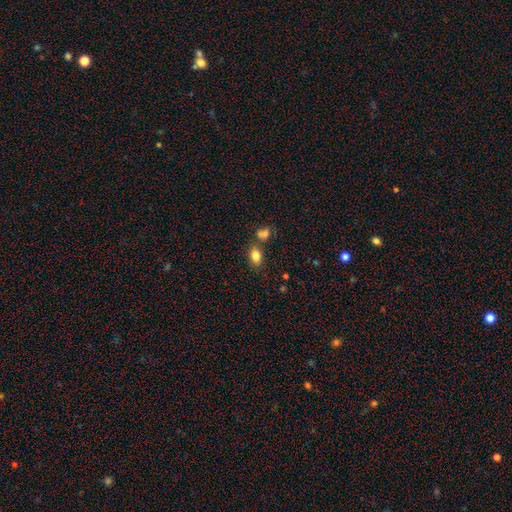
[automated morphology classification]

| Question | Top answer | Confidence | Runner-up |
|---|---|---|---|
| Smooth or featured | smooth | 82% | star or artifact (10%) |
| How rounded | in between | 81% | round (16%) |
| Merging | none | 65% | merger (18%) |